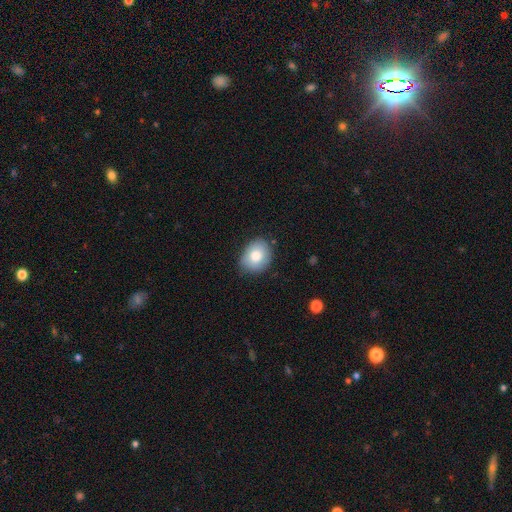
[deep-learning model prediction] Smooth or featured? Predicted: smooth (p=0.79). How rounded? Predicted: in between (p=0.51). Merging? Predicted: none (p=0.78).